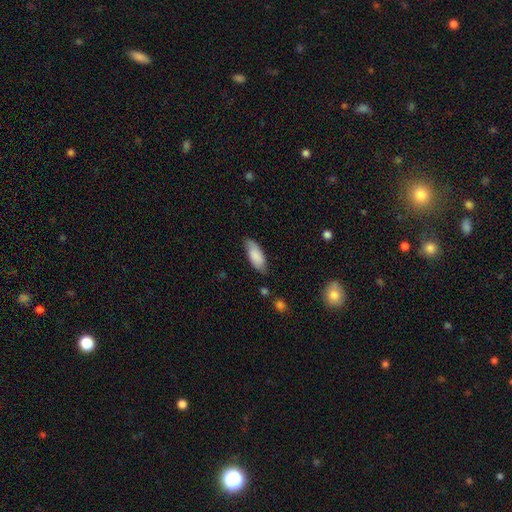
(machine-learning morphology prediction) Q: Smooth or featured?
A: smooth (82%); runner-up: featured or disk (12%)
Q: How rounded?
A: in between (80%); runner-up: cigar-shaped (18%)
Q: Merging?
A: none (72%); runner-up: minor disturbance (22%)